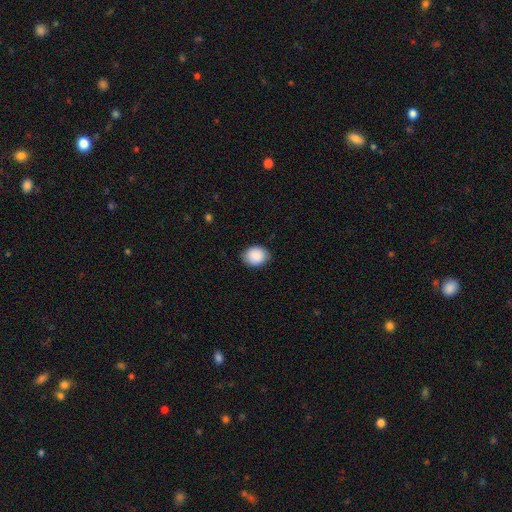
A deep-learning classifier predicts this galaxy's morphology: This is clearly a smooth galaxy (90%). How rounded: possibly round (56%). Merging: clearly none (84%).